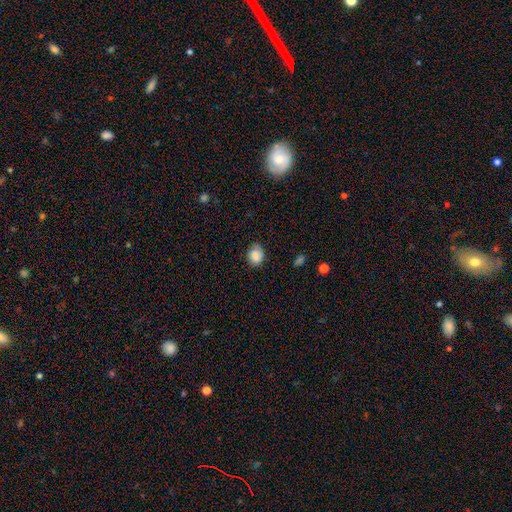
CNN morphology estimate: Smooth or featured: smooth — 83% (star or artifact — 9%)
How rounded: round — 55% (in between — 44%)
Merging: none — 74% (minor disturbance — 21%)